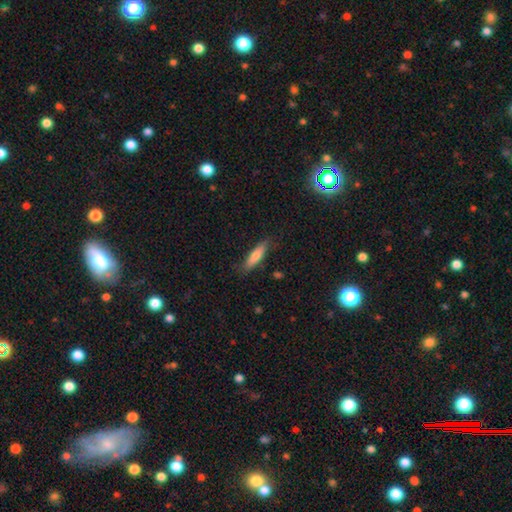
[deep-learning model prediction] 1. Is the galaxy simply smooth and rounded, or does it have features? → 71% smooth, 23% featured or disk, 6% star or artifact.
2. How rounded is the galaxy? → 71% cigar-shaped, 27% in between, 2% round.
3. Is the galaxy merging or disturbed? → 82% none, 14% minor disturbance, 3% major disturbance, 1% merger.